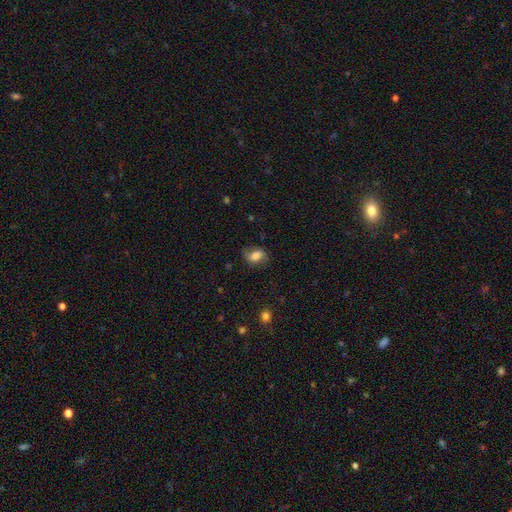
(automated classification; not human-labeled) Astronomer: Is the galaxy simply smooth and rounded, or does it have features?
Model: smooth — 68%.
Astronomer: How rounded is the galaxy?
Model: in between — 75%.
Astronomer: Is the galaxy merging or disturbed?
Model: none — 70%.